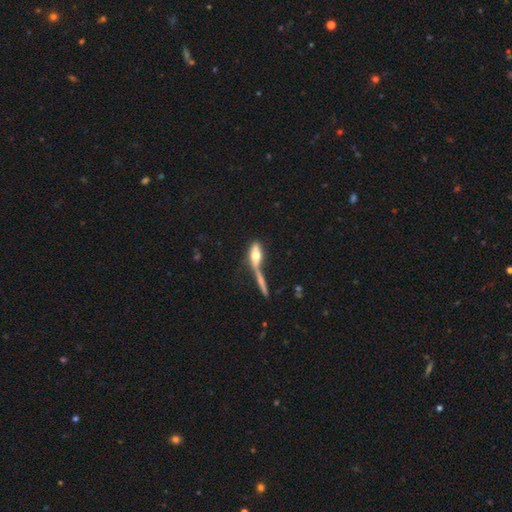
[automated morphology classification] smooth 55%, featured or disk 36%, star or artifact 9%. Down the decision tree: how rounded — in between (57%); merging — merger (38%).